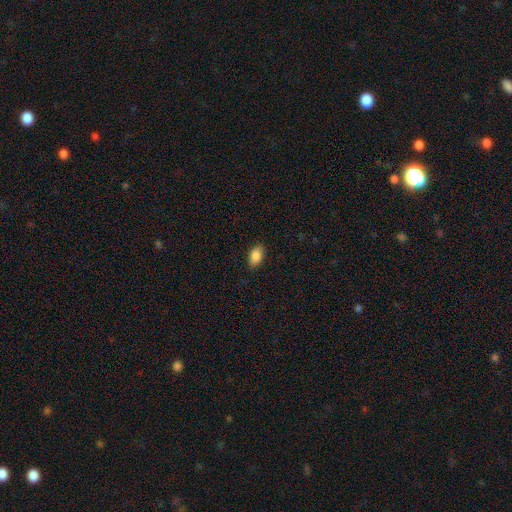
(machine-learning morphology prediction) This is clearly a smooth galaxy (86%). How rounded: clearly in between (91%). Merging: clearly none (88%).